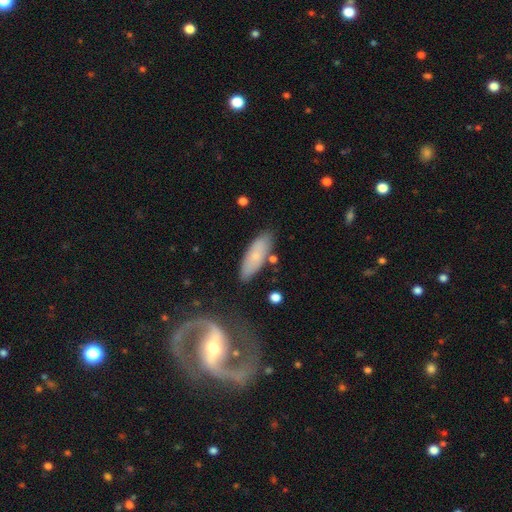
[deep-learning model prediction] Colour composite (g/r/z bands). It shows a smooth galaxy with no disk features (66%) that is in between round and cigar-shaped (62%). Merging: none (77%).